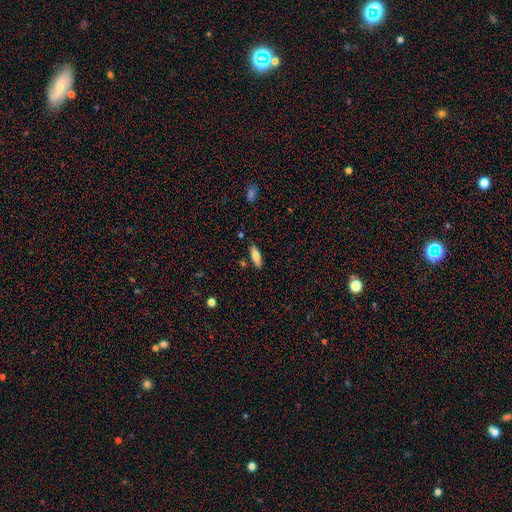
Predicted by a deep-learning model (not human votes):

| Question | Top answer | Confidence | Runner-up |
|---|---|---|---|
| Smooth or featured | smooth | 76% | featured or disk (17%) |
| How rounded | in between | 61% | cigar-shaped (37%) |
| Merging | none | 83% | minor disturbance (12%) |